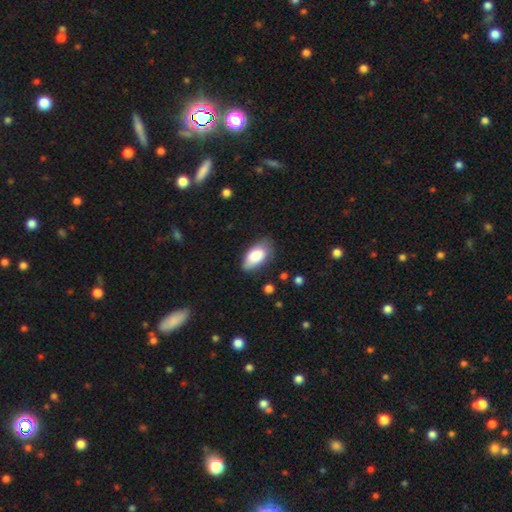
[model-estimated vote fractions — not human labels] Smooth or featured? smooth (83%)
How rounded? in between (94%)
Merging? none (68%)